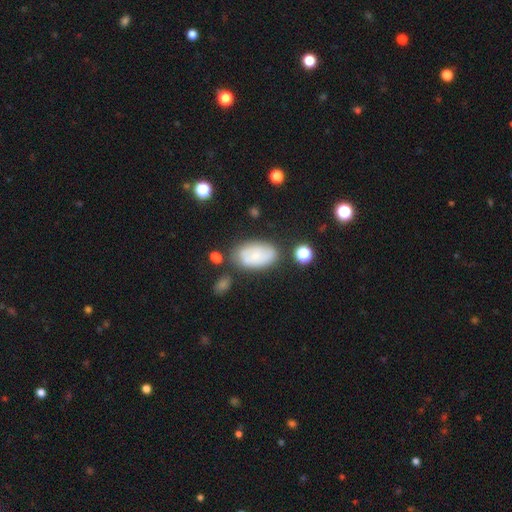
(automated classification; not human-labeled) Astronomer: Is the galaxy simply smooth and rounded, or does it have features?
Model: smooth — 62%.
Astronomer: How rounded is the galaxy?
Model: in between — 92%.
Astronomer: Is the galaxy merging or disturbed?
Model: none — 64%.